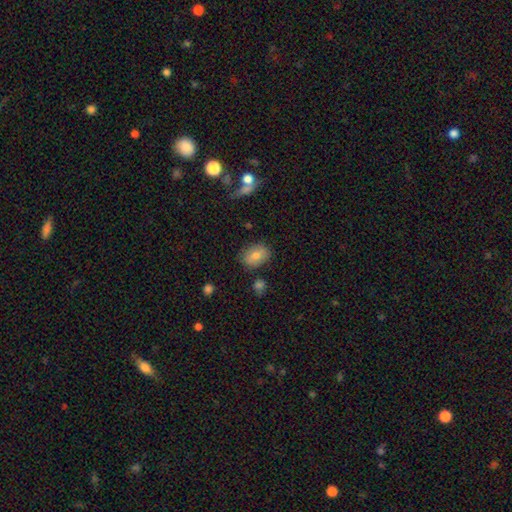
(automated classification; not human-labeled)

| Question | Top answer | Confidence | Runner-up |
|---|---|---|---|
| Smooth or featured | smooth | 81% | featured or disk (11%) |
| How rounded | in between | 76% | round (23%) |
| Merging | none | 79% | minor disturbance (14%) |